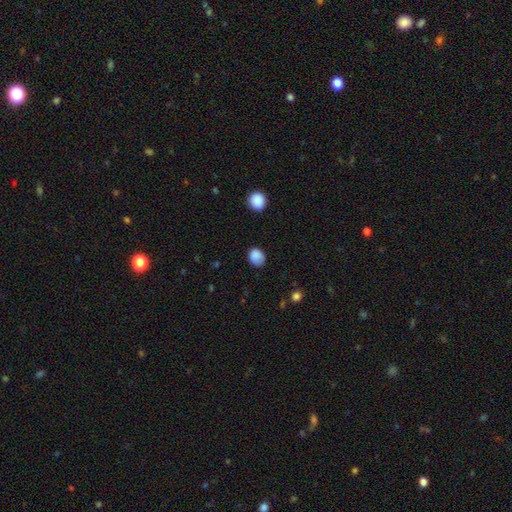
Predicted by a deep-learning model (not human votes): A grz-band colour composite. It shows a smooth galaxy with no disk features (86%) that is round (55%). Merging: none (75%).